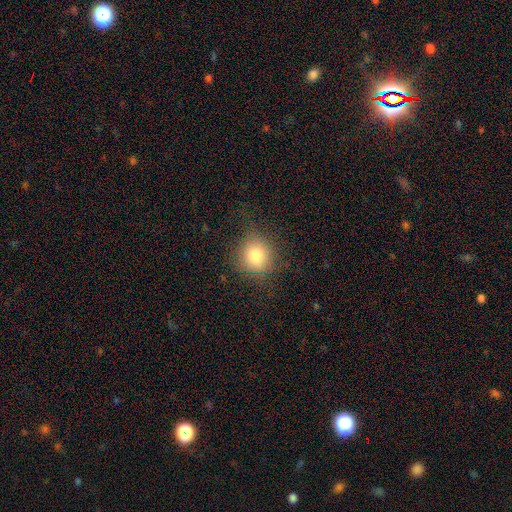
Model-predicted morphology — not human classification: type=smooth (79%); roundness=round (86%); merging=none (78%).